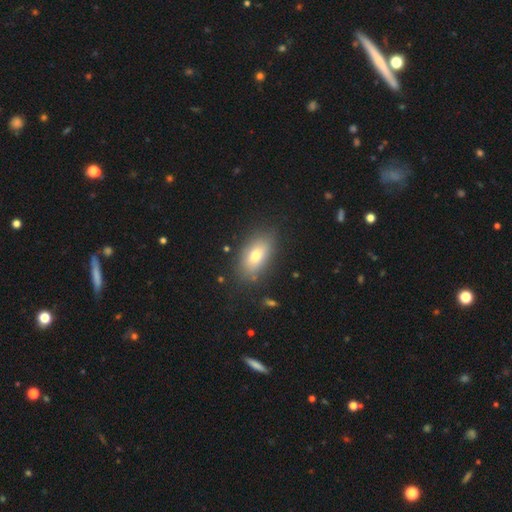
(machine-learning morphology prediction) This appears to be a smooth galaxy with no disk features (72%) that is in between round and cigar-shaped (88%). Merging: none (82%).